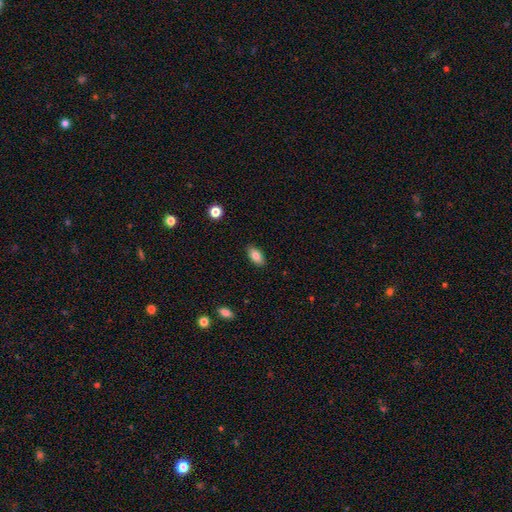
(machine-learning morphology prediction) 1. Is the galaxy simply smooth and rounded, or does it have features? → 82% smooth, 10% featured or disk, 8% star or artifact.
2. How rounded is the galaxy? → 91% in between, 5% cigar-shaped, 4% round.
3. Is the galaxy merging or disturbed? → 88% none, 9% minor disturbance, 2% major disturbance, 1% merger.